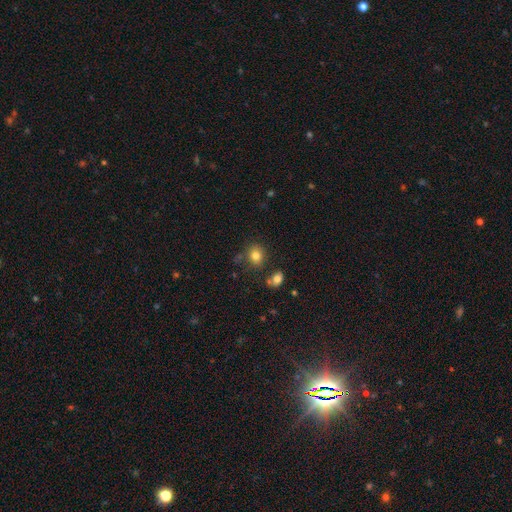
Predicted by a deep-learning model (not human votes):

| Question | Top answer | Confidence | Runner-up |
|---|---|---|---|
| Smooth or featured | smooth | 80% | star or artifact (12%) |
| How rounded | round | 63% | in between (36%) |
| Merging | none | 75% | minor disturbance (13%) |